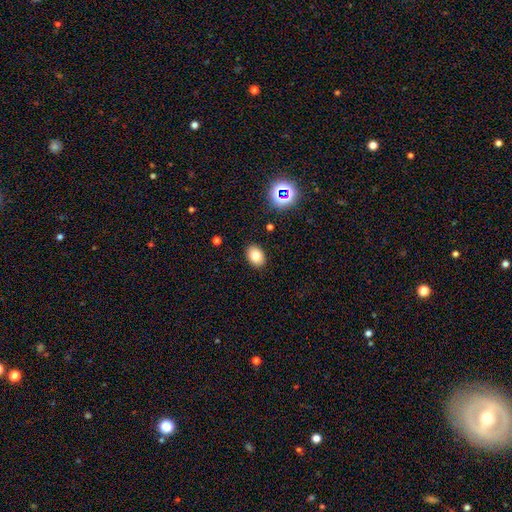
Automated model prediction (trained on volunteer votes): Morphology: type=smooth (79%); roundness=in between (77%); merging=none (89%).